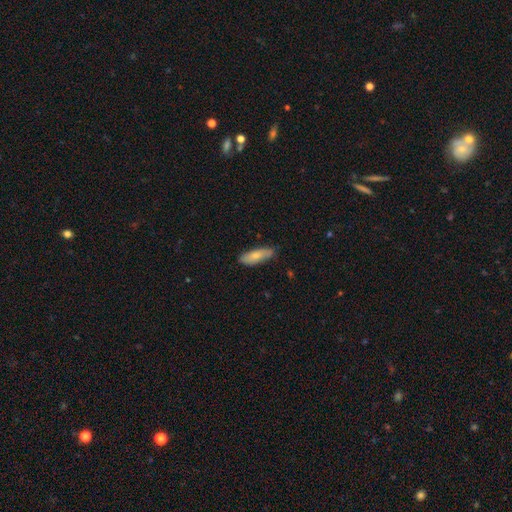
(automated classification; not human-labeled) Smooth or featured?
  - smooth: 77% *
  - featured or disk: 17%
  - star or artifact: 6%
How rounded?
  - in between: 63% *
  - cigar-shaped: 35%
  - round: 2%
Merging?
  - none: 76% *
  - minor disturbance: 20%
  - major disturbance: 3%
  - merger: 2%